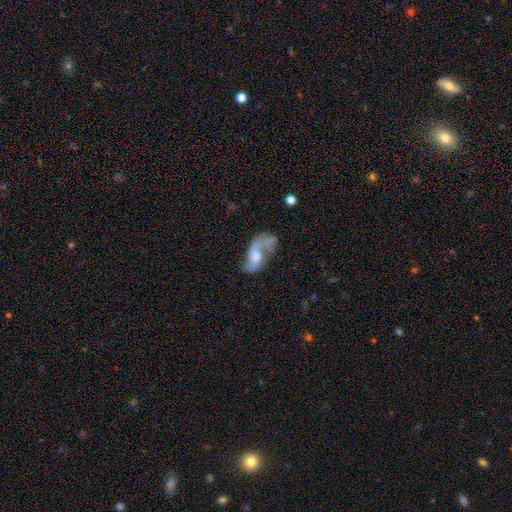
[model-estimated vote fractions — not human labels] Q: Smooth or featured?
A: featured or disk (68%); runner-up: smooth (23%)
Q: Edge-on disk?
A: no (94%); runner-up: yes (6%)
Q: Bar?
A: no (62%); runner-up: weak (31%)
Q: Spiral arms?
A: yes (77%); runner-up: no (23%)
Q: Bulge size?
A: moderate (55%); runner-up: small (25%)
Q: Merging?
A: none (37%); runner-up: major disturbance (31%)